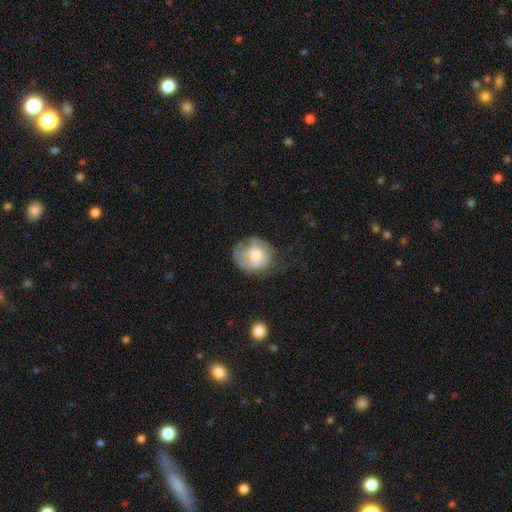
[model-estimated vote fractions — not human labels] The model was most divided on "smooth or featured": smooth: 57%, featured or disk: 36%, star or artifact: 7%. More confident: how rounded — round (75%); merging — none (51%).